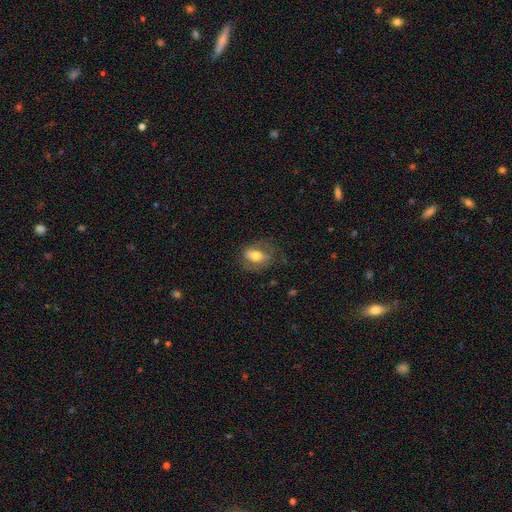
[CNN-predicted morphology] This is likely a smooth galaxy (61%). How rounded: likely in between (75%). Merging: likely none (62%).